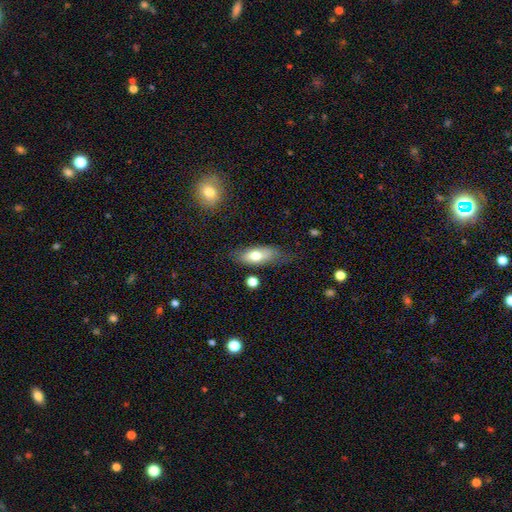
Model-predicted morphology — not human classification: smooth 70%, featured or disk 23%, star or artifact 7%. Down the decision tree: how rounded — in between (80%); merging — none (63%).